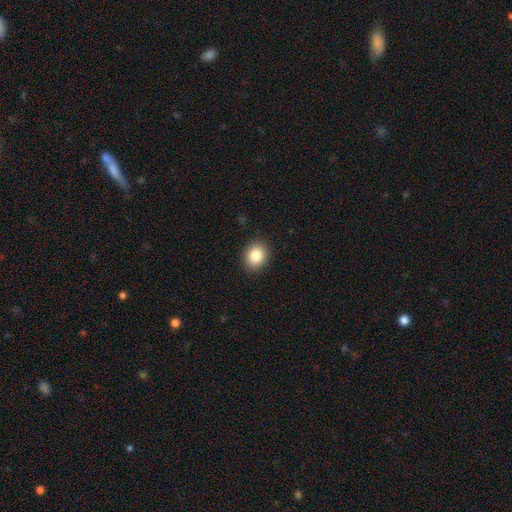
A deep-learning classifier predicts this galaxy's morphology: A smooth galaxy with no disk features (85%) that is round (59%). Merging: none (90%).